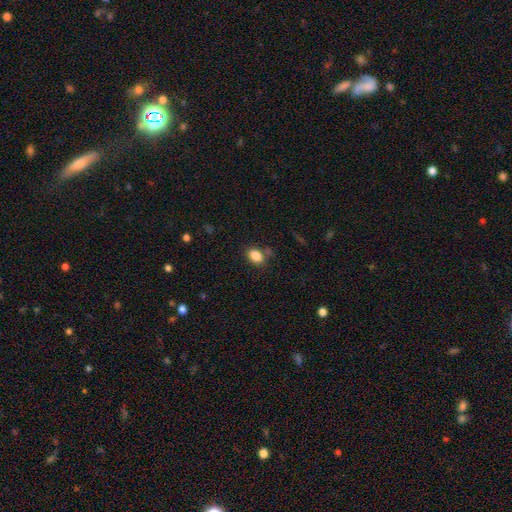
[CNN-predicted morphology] smooth_or_featured: smooth (p=0.86) [alt: star or artifact p=0.09]
how_rounded: in between (p=0.83) [alt: round p=0.16]
merging: none (p=0.76) [alt: minor disturbance p=0.13]